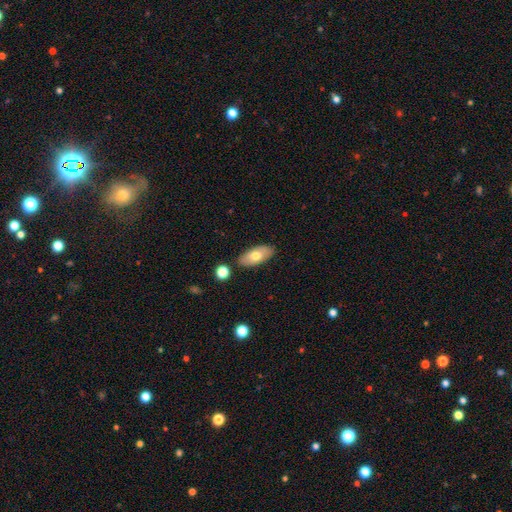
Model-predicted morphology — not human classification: This appears to be a smooth galaxy with no disk features (68%) that is in between round and cigar-shaped (90%). Merging: none (85%).